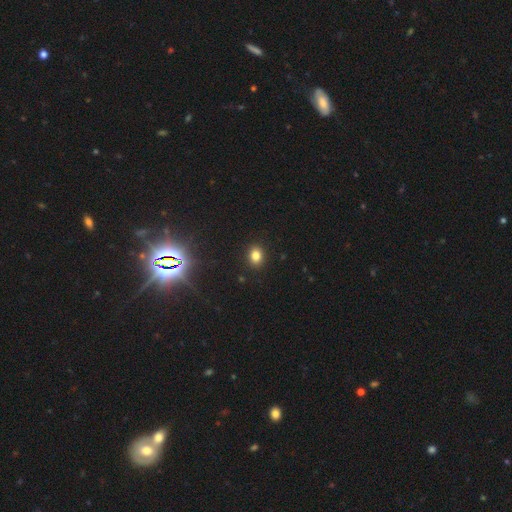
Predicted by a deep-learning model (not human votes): smooth 81%, star or artifact 13%, featured or disk 6%. Down the decision tree: how rounded — round (52%); merging — none (90%).